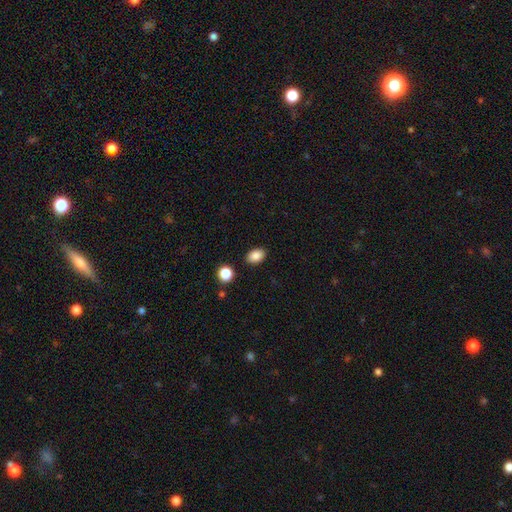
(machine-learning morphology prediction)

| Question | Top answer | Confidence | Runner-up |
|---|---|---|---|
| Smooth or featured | smooth | 86% | star or artifact (9%) |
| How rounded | in between | 82% | round (17%) |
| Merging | none | 87% | minor disturbance (8%) |